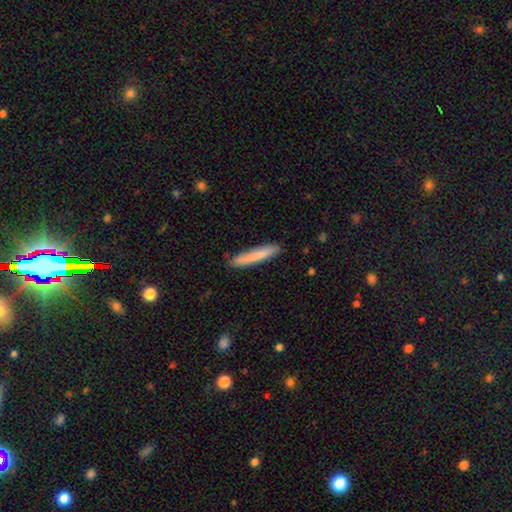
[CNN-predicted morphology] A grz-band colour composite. It shows a smooth galaxy with no disk features (79%) that is cigar-shaped (94%). Merging: none (88%).